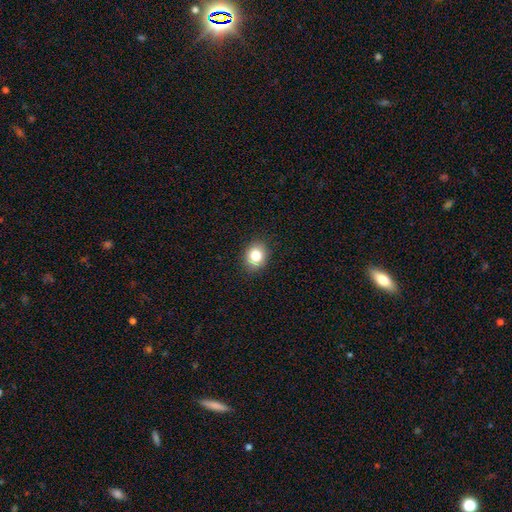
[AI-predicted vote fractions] This appears to be a smooth galaxy with no disk features (82%) that is round (54%). Merging: none (89%).